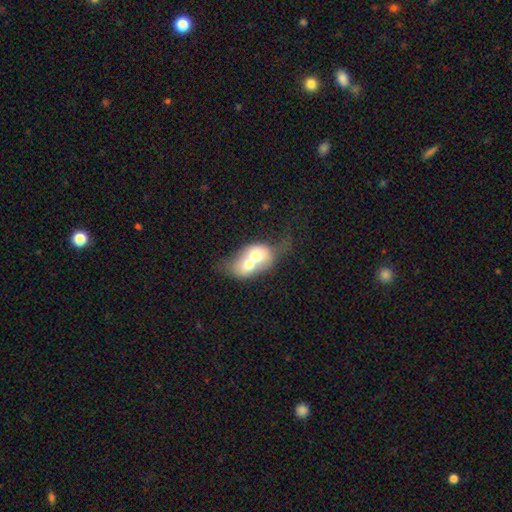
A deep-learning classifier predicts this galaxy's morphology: Smooth or featured? smooth (58%)
How rounded? in between (61%)
Merging? merger (78%)